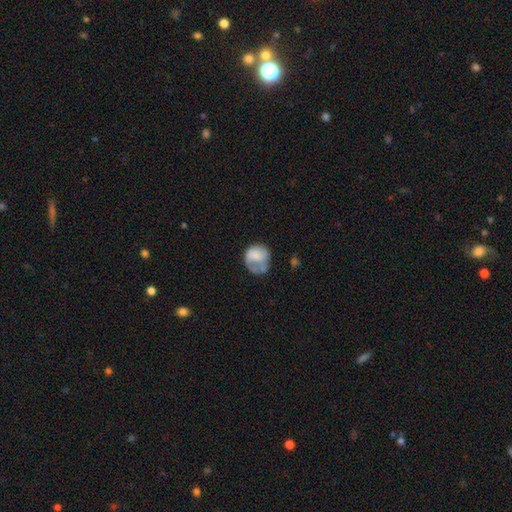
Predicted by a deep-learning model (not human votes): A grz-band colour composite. It shows a smooth galaxy with no disk features (66%) that is round (73%). Merging: none (39%).